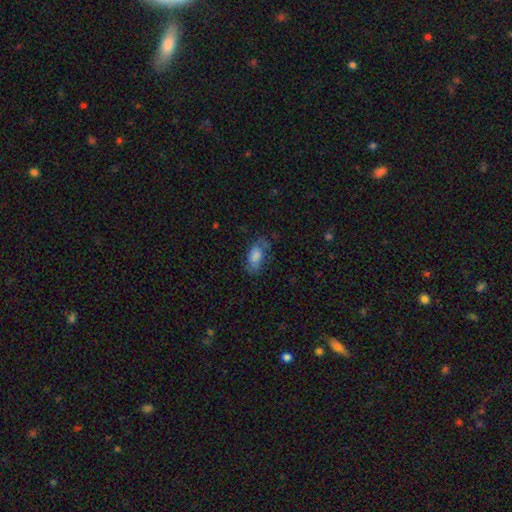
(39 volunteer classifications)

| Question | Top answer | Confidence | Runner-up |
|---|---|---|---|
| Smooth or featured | smooth | 64% | featured or disk (31%) |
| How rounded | in between | 68% | round (28%) |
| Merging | none | 54% | minor disturbance (22%) |